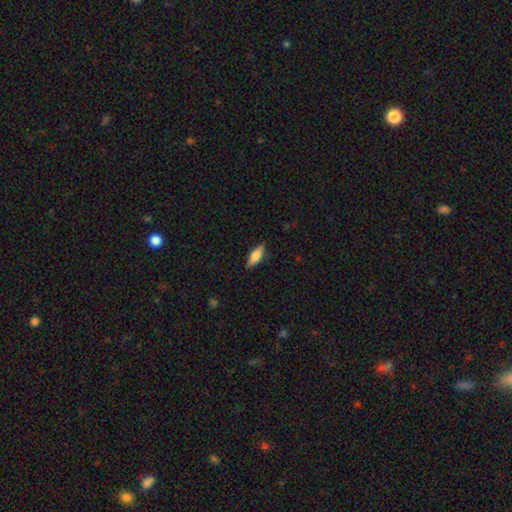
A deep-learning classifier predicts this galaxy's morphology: Smooth or featured? Predicted: smooth (p=0.70). How rounded? Predicted: in between (p=0.62). Merging? Predicted: none (p=0.84).